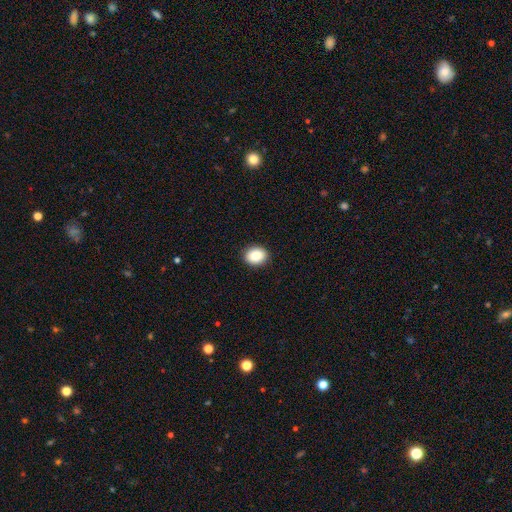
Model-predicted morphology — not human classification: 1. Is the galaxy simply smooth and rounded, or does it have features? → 86% smooth, 8% star or artifact, 6% featured or disk.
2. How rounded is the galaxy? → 54% round, 45% in between, 1% cigar-shaped.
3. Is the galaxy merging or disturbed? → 92% none, 6% minor disturbance, 2% major disturbance, 1% merger.